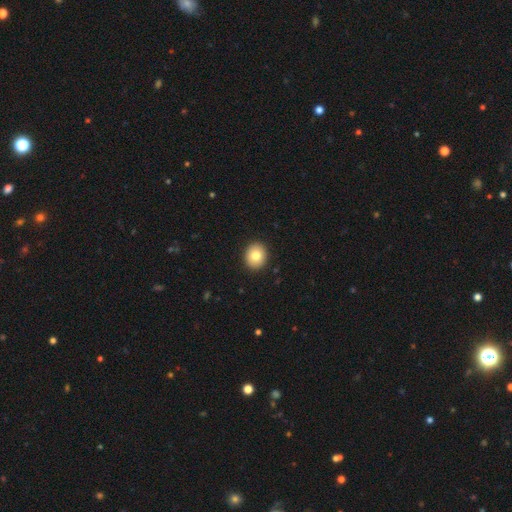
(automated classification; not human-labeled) Smooth or featured? Predicted: smooth (p=0.80). How rounded? Predicted: round (p=0.75). Merging? Predicted: none (p=0.92).